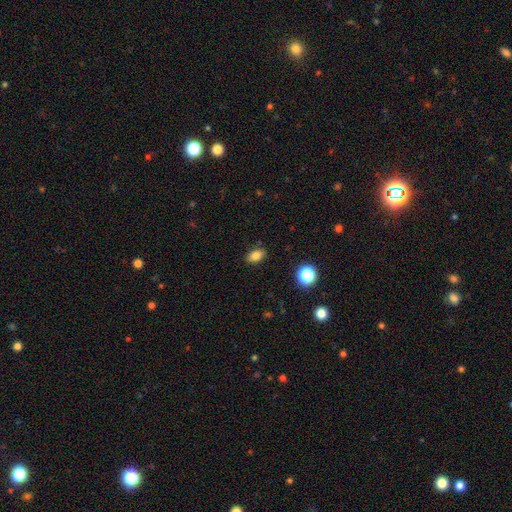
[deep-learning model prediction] Morphology: type=smooth (81%); roundness=in between (85%); merging=none (87%).